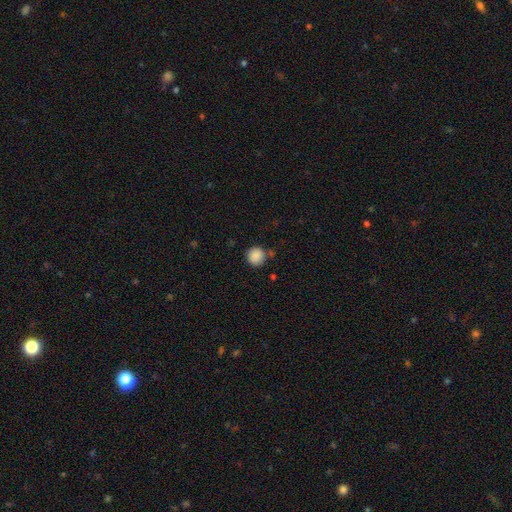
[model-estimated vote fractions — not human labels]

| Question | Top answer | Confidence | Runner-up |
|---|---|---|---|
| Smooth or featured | smooth | 88% | star or artifact (9%) |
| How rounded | round | 93% | in between (6%) |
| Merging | none | 82% | minor disturbance (11%) |